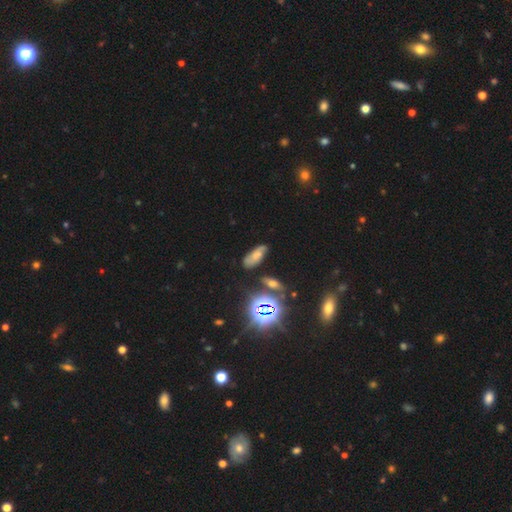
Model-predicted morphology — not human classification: This is marginally a smooth galaxy (43%). Merging: likely none (62%).